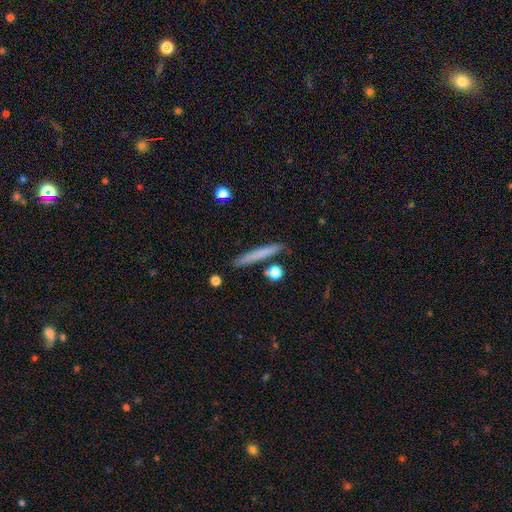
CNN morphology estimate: This is likely a smooth galaxy (69%). How rounded: clearly cigar-shaped (95%). Merging: clearly none (87%).